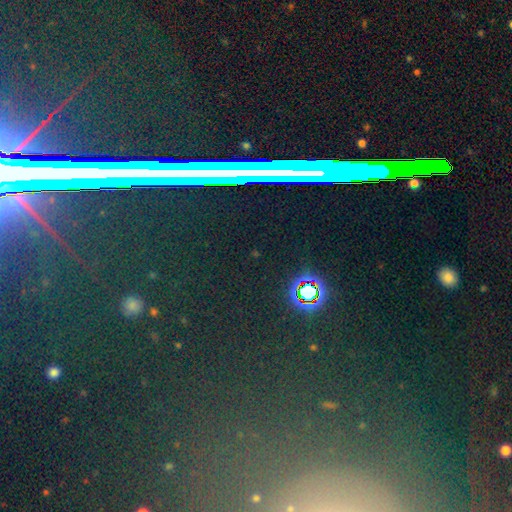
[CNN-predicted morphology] A star or artifact, not a galaxy (77%).

Vote fractions:
- Smooth or featured? star or artifact: 77% / smooth: 14% / featured or disk: 9%